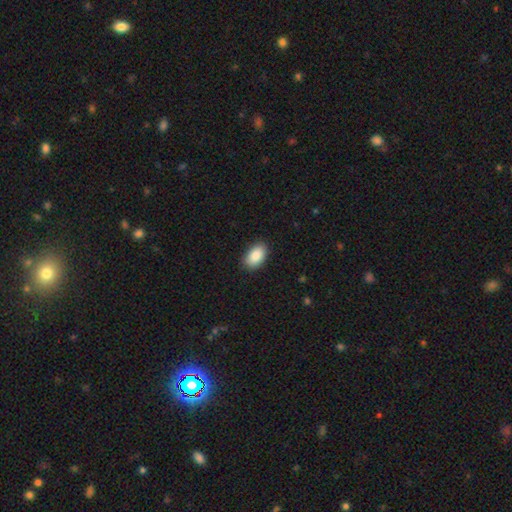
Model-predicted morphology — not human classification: The model was most divided on "merging": none: 88%, minor disturbance: 9%, major disturbance: 2%, merger: 1%. More confident: how rounded — in between (93%); smooth or featured — smooth (89%).